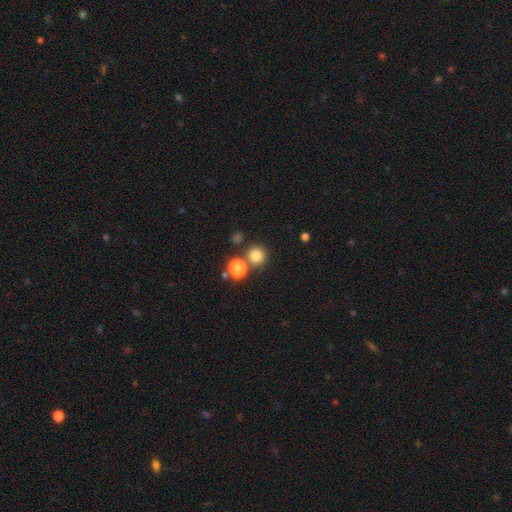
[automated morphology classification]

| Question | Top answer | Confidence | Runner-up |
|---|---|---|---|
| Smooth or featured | smooth | 79% | star or artifact (15%) |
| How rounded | round | 93% | in between (6%) |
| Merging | none | 76% | merger (14%) |